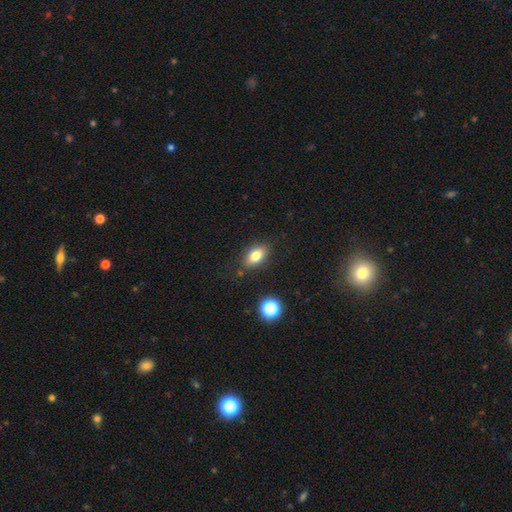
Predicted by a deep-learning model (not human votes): This appears to be a smooth galaxy with no disk features (80%) that is in between round and cigar-shaped (86%). Merging: none (83%).